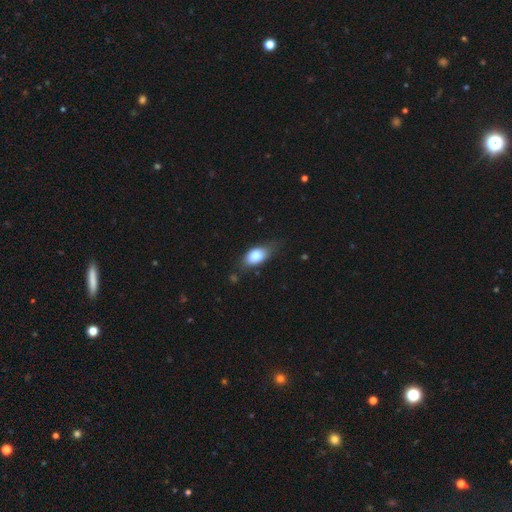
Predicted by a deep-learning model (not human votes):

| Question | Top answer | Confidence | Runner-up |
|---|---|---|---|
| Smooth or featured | smooth | 83% | featured or disk (10%) |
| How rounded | in between | 87% | round (8%) |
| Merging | none | 60% | minor disturbance (30%) |